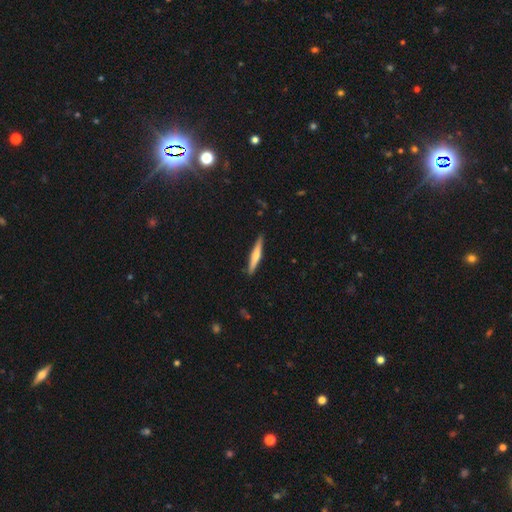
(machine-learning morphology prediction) Smooth or featured: smooth — 48% (featured or disk — 46%)
Merging: none — 90% (minor disturbance — 8%)